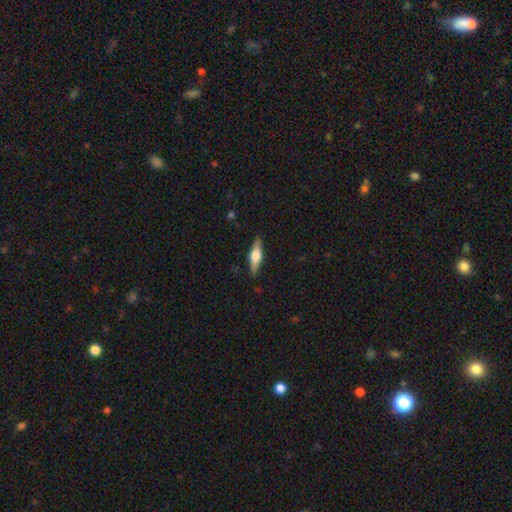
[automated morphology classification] smooth-or-featured: featured or disk: 59% | smooth: 35% | star or artifact: 6%
  disk-edge-on: yes: 95% | no: 5%
    edge-on-bulge: rounded: 91% | boxy: 7% | none: 2%
  merging: none: 87% | minor disturbance: 10% | major disturbance: 2% | merger: 1%